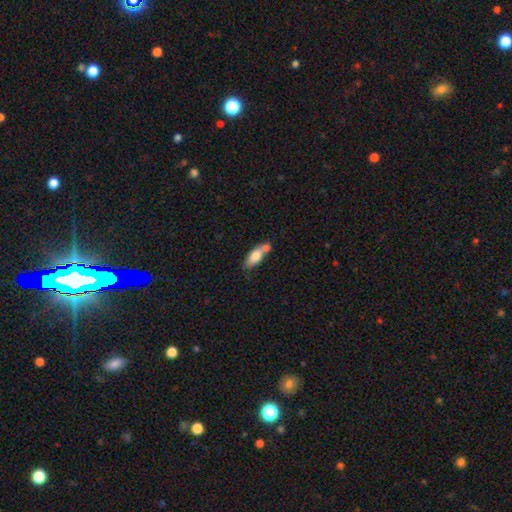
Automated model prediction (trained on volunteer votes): smooth-or-featured: smooth: 73% | featured or disk: 20% | star or artifact: 7%
  how-rounded: in between: 70% | cigar-shaped: 27% | round: 3%
  merging: merger: 42% | none: 39% | minor disturbance: 15% | major disturbance: 5%